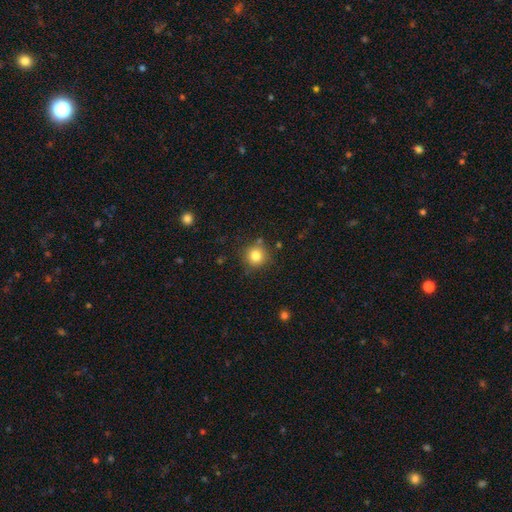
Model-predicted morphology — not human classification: Smooth or featured? smooth (82%)
How rounded? round (93%)
Merging? none (84%)